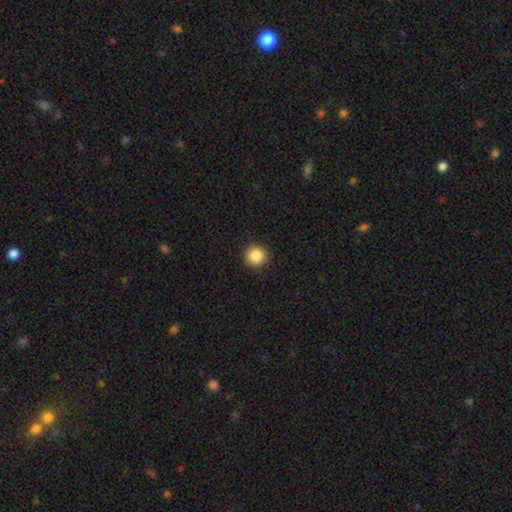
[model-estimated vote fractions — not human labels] smooth 87%, star or artifact 10%, featured or disk 4%. Down the decision tree: how rounded — round (96%); merging — none (93%).